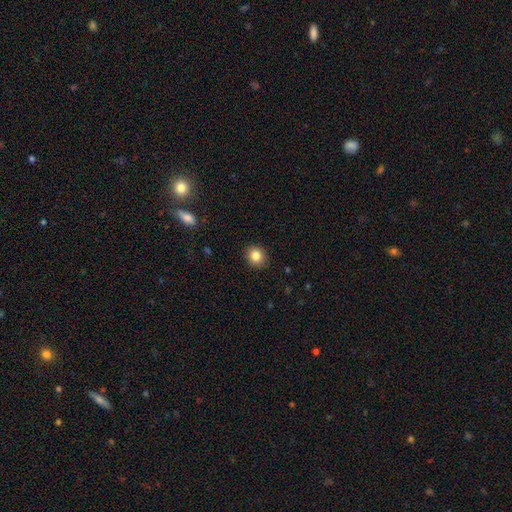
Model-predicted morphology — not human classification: Q: Smooth or featured?
A: smooth (84%); runner-up: star or artifact (10%)
Q: How rounded?
A: round (79%); runner-up: in between (20%)
Q: Merging?
A: none (91%); runner-up: minor disturbance (6%)